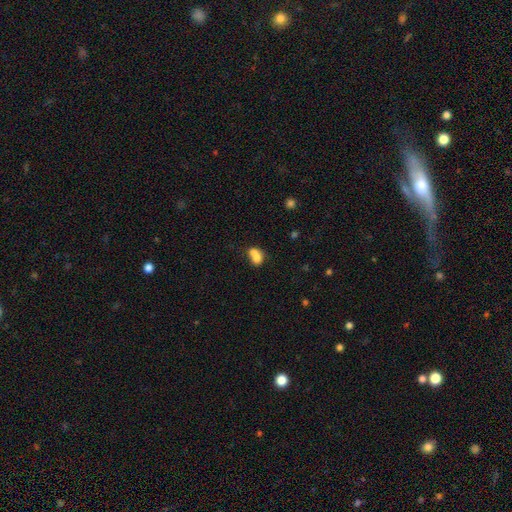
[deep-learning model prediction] Overall: smooth (73%). How rounded: in between (51%; round 48%). Merging: merger (67%).